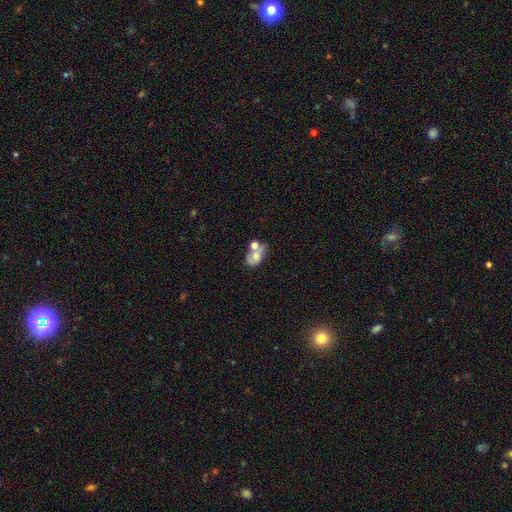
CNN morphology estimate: A smooth galaxy with no disk features (52%) that is in between round and cigar-shaped (78%).

Vote fractions:
- Smooth or featured? smooth: 52% / featured or disk: 38% / star or artifact: 10%
- How rounded? in between: 78% / round: 20% / cigar-shaped: 2%
- Merging? merger: 46% / none: 27% / minor disturbance: 16% / major disturbance: 12%